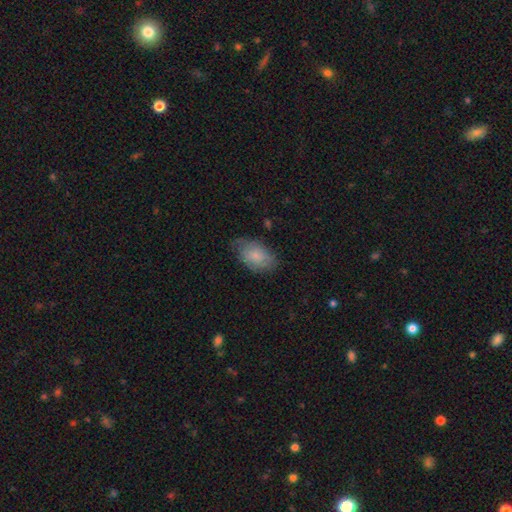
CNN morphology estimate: This is likely a smooth galaxy (73%). How rounded: clearly in between (92%). Merging: likely none (65%).